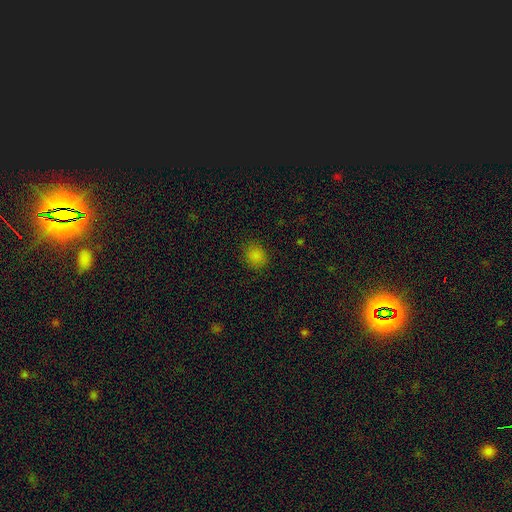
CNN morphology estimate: Q: Smooth or featured?
A: smooth (83%); runner-up: star or artifact (14%)
Q: How rounded?
A: round (68%); runner-up: in between (31%)
Q: Merging?
A: none (86%); runner-up: minor disturbance (10%)